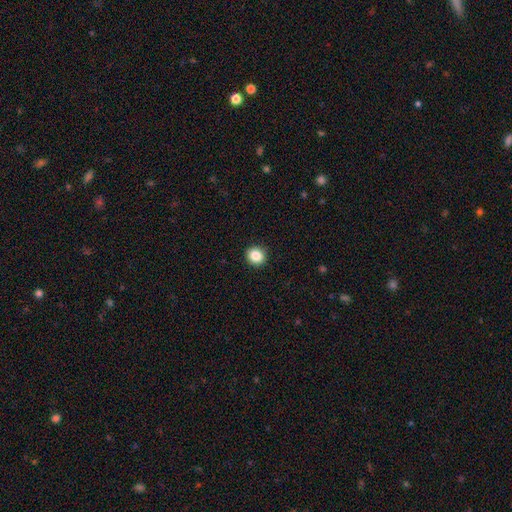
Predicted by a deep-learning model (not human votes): This appears to be a smooth galaxy with no disk features (86%) that is round (85%). Merging: none (93%).